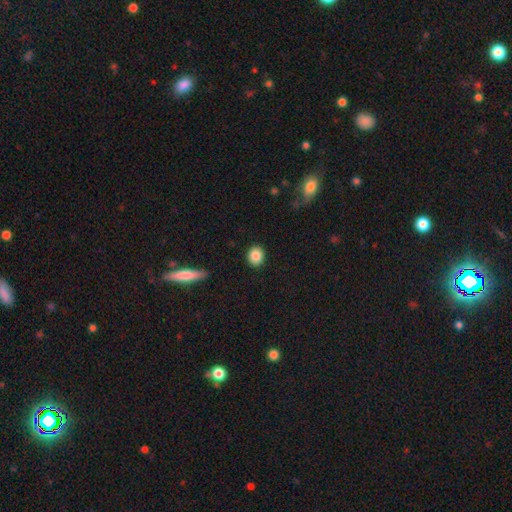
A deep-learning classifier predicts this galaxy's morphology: smooth-or-featured: smooth: 87% | star or artifact: 8% | featured or disk: 5%
  how-rounded: round: 67% | in between: 32% | cigar-shaped: 1%
  merging: none: 89% | minor disturbance: 7% | major disturbance: 2% | merger: 1%